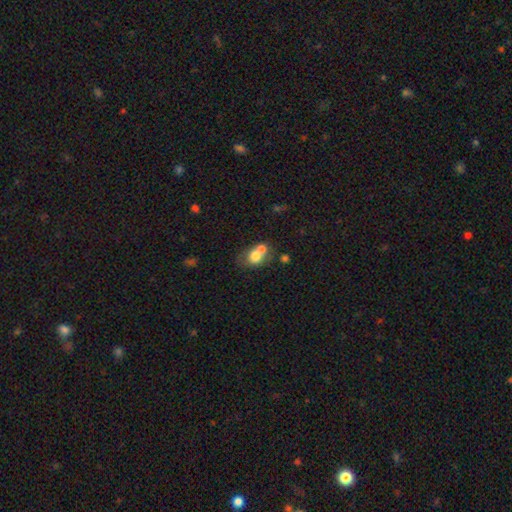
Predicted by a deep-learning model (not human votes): Q: Smooth or featured?
A: smooth (72%); runner-up: featured or disk (18%)
Q: How rounded?
A: round (53%); runner-up: in between (45%)
Q: Merging?
A: merger (55%); runner-up: none (30%)